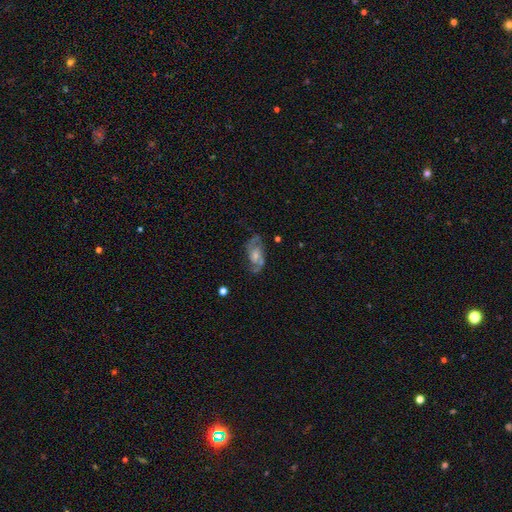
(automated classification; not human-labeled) Smooth or featured? Predicted: featured or disk (p=0.79). Edge-on disk? Predicted: no (p=0.96). Bar? Predicted: no (p=0.53). Spiral arms? Predicted: yes (p=0.92). Spiral winding? Predicted: medium (p=0.50). Spiral arm count? Predicted: 2 (p=0.87). Bulge size? Predicted: moderate (p=0.43). Merging? Predicted: none (p=0.68).